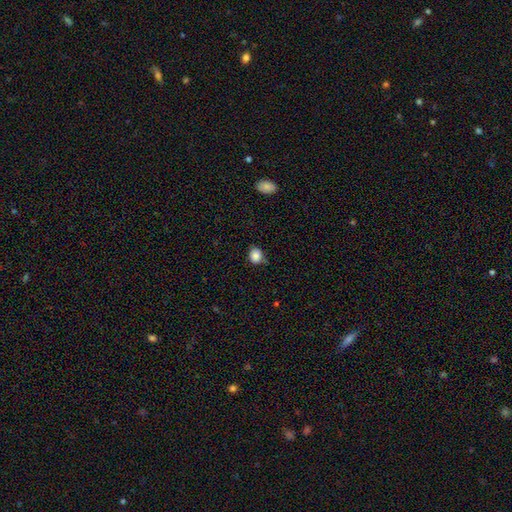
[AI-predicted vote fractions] Smooth or featured?
  - smooth: 86% *
  - star or artifact: 9%
  - featured or disk: 4%
How rounded?
  - round: 66% *
  - in between: 33%
  - cigar-shaped: 1%
Merging?
  - none: 70% *
  - minor disturbance: 23%
  - major disturbance: 4%
  - merger: 3%